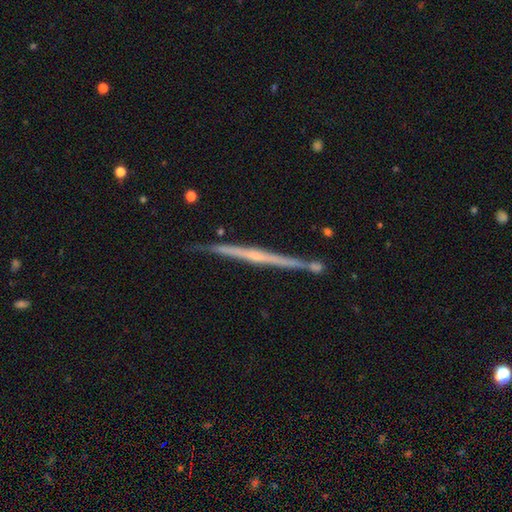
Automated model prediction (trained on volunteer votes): A featured or disk galaxy (78%) viewed edge-on (98%) with no central bulge (51%). Merging: none (83%).